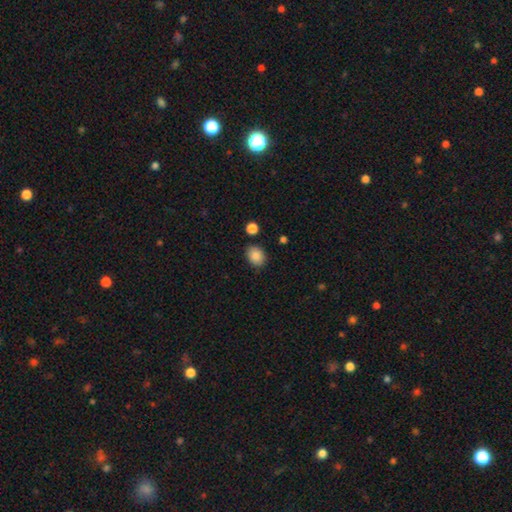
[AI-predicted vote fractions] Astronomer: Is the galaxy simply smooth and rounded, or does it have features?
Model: smooth — 86%.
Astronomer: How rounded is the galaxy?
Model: in between — 61% (runner-up: round, 39%).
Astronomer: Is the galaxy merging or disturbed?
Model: none — 83%.